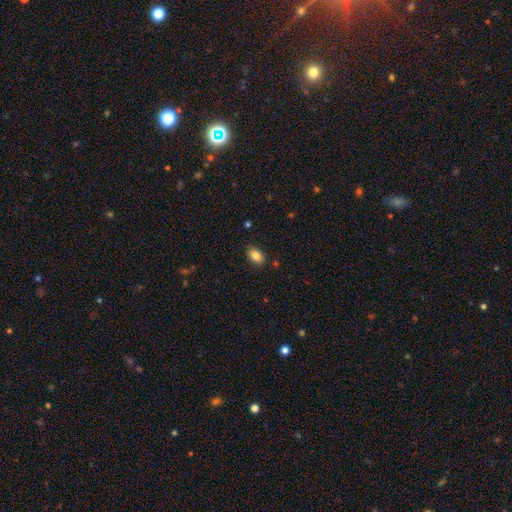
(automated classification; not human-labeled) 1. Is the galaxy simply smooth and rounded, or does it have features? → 85% smooth, 8% star or artifact, 6% featured or disk.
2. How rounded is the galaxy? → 88% in between, 10% round, 2% cigar-shaped.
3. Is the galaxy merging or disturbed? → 85% none, 11% minor disturbance, 2% major disturbance, 1% merger.